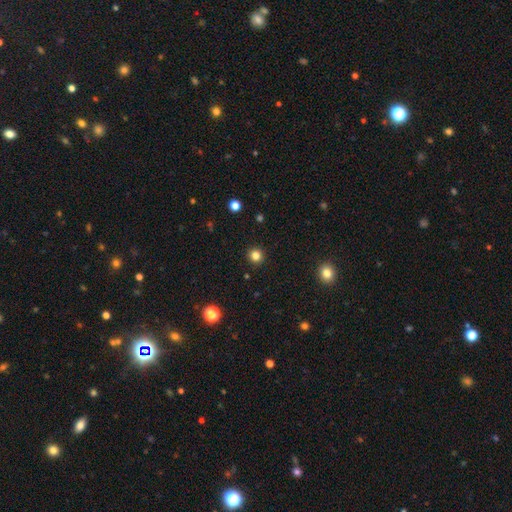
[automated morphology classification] A smooth galaxy with no disk features (82%) that is round (95%). Merging: none (93%).